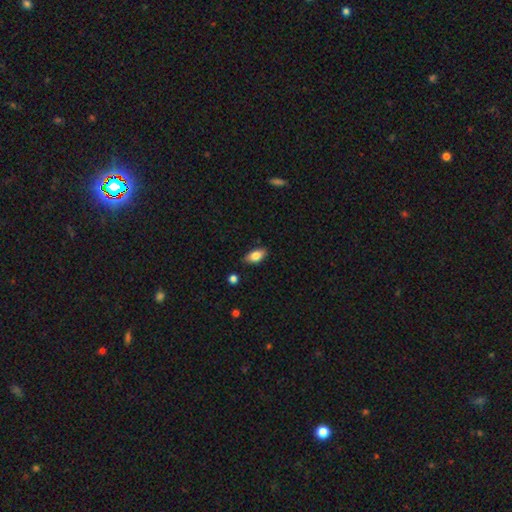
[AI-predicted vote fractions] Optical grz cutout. It shows a smooth galaxy with no disk features (80%) that is in between round and cigar-shaped (89%). Merging: none (83%).